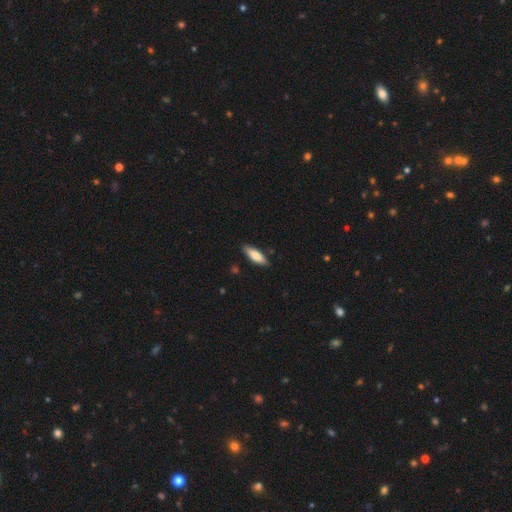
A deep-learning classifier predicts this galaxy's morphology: Overall: smooth (77%). How rounded: in between (52%; cigar-shaped 46%). Merging: none (86%).